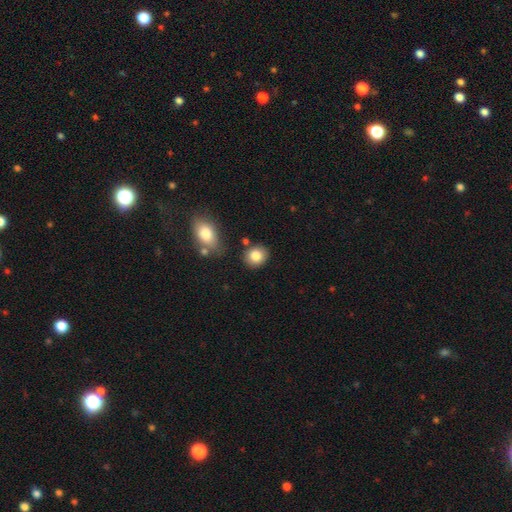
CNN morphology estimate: This appears to be a smooth galaxy with no disk features (84%) that is round (74%). Merging: none (81%).